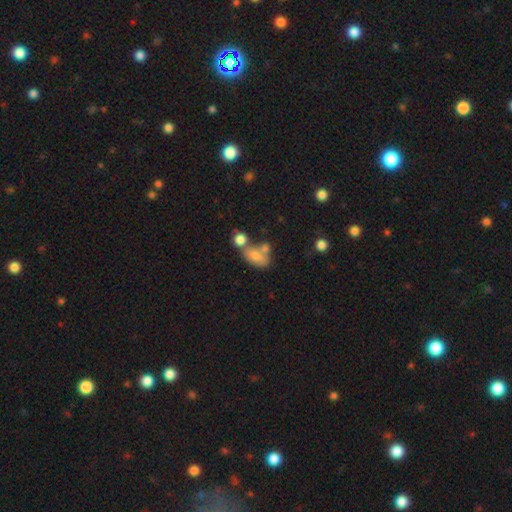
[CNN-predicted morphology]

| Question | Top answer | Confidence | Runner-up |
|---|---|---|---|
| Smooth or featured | smooth | 73% | featured or disk (16%) |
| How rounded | in between | 83% | round (13%) |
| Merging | merger | 40% | none (36%) |